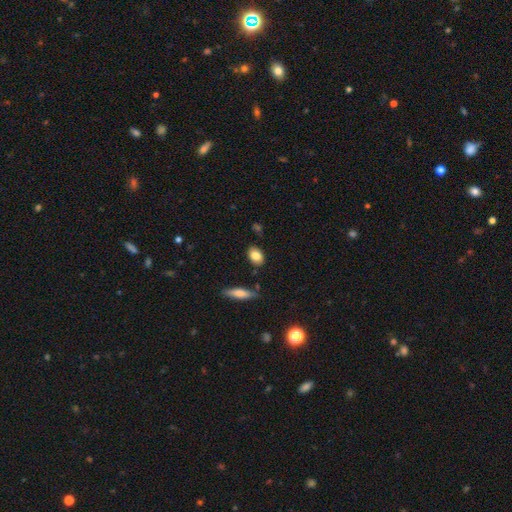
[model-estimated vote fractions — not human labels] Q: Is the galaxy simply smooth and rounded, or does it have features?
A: smooth — 83%.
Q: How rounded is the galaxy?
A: in between — 80%.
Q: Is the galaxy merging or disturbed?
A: none — 82%.